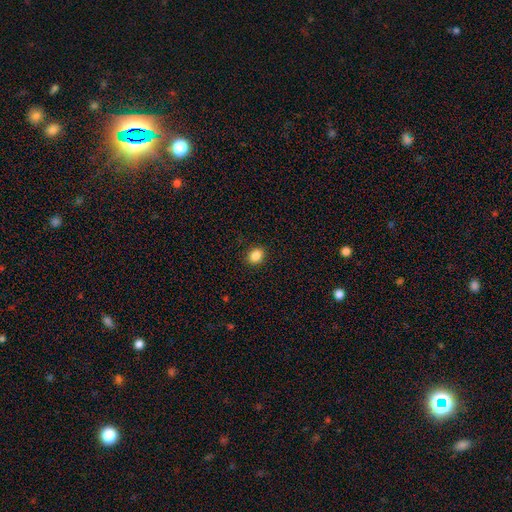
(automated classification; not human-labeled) smooth_or_featured: smooth (p=0.87) [alt: star or artifact p=0.10]
how_rounded: in between (p=0.53) [alt: round p=0.46]
merging: none (p=0.90) [alt: minor disturbance p=0.07]